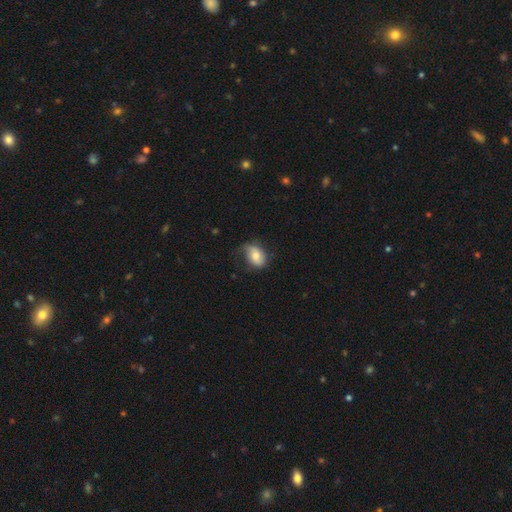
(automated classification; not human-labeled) Overall: smooth (62%; featured or disk 31%). How rounded: in between (81%). Merging: none (55%; minor disturbance 31%).